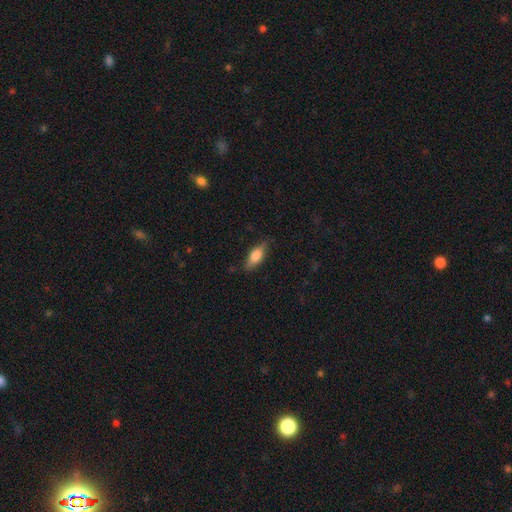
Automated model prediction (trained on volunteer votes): smooth_or_featured: smooth (p=0.72) [alt: featured or disk p=0.21]
how_rounded: in between (p=0.74) [alt: cigar-shaped p=0.23]
merging: none (p=0.80) [alt: minor disturbance p=0.16]